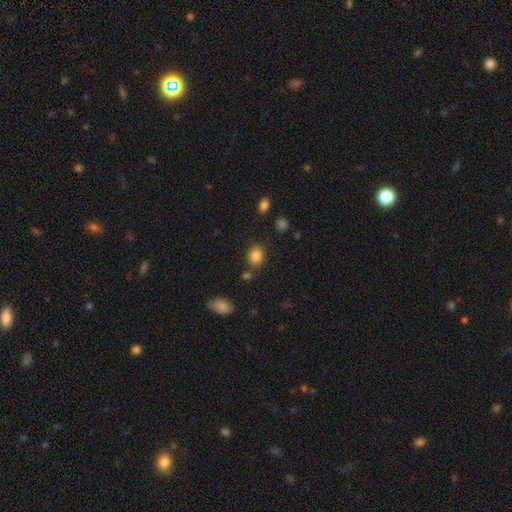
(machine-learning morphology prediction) type=smooth (85%); roundness=in between (55%); merging=none (75%).